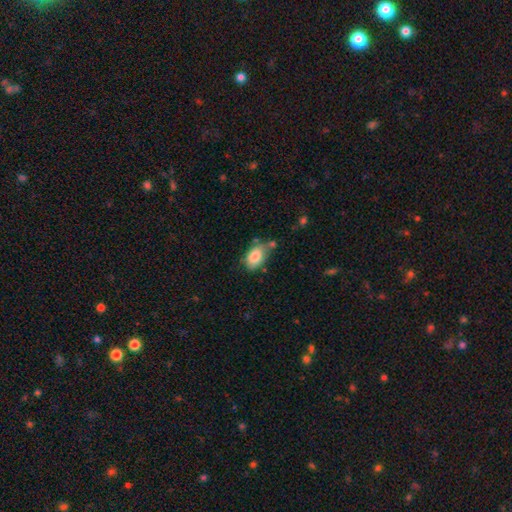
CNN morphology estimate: Overall: smooth (84%). How rounded: in between (90%). Merging: none (54%; minor disturbance 27%).